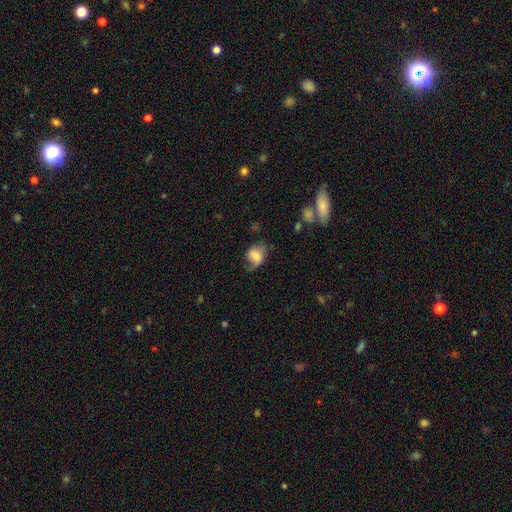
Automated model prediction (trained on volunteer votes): This is likely a smooth galaxy (60%). How rounded: likely in between (69%). Merging: marginally none (41%).